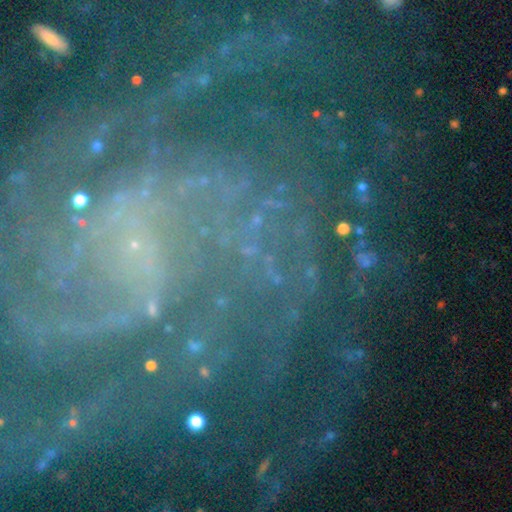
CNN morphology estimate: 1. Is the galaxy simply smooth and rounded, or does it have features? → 44% star or artifact, 42% featured or disk, 14% smooth.